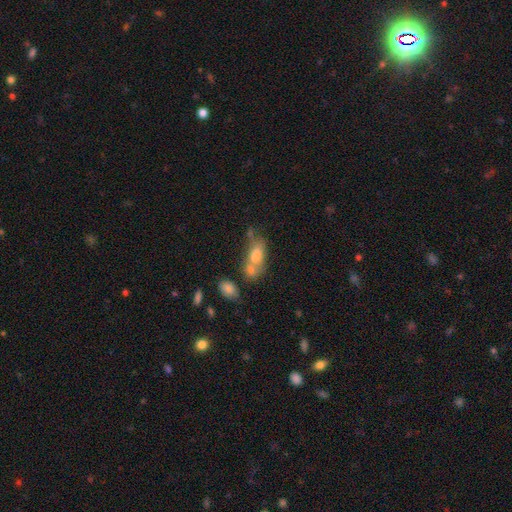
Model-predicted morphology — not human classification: Smooth or featured: smooth — 69% (featured or disk — 20%)
How rounded: in between — 82% (round — 10%)
Merging: merger — 46% (none — 31%)